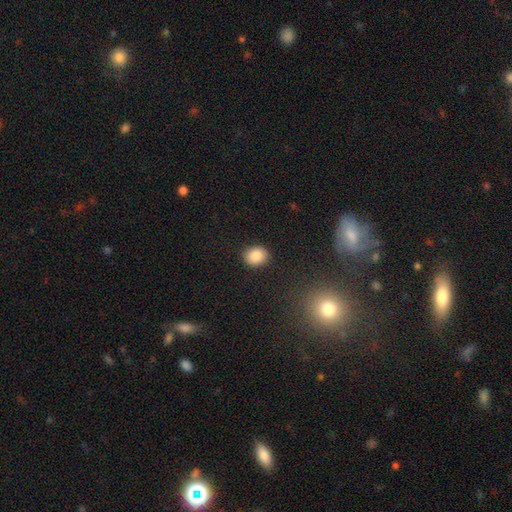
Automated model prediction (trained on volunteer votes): Overall: smooth (87%). How rounded: round (61%; in between 38%). Merging: none (89%).